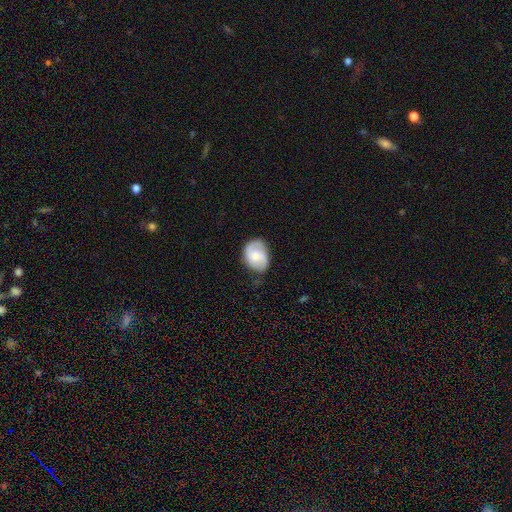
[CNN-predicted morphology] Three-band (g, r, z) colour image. It shows a featured or disk galaxy (54%) with no bar (63%), spiral arms (88%) and a moderate central bulge (46%). Merging: none (63%).